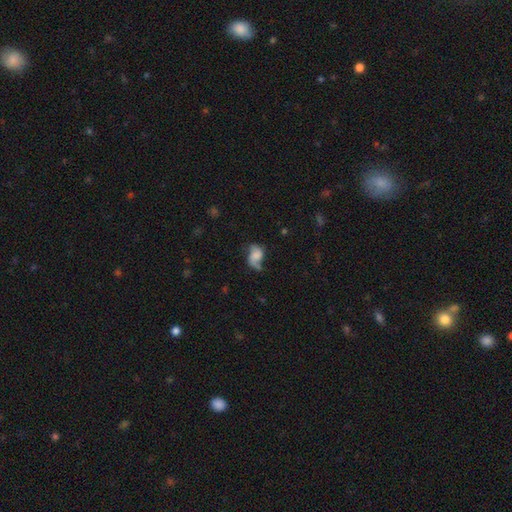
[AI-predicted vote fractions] smooth_or_featured: featured or disk (p=0.50) [alt: smooth p=0.40]
merging: none (p=0.42) [alt: minor disturbance p=0.28]